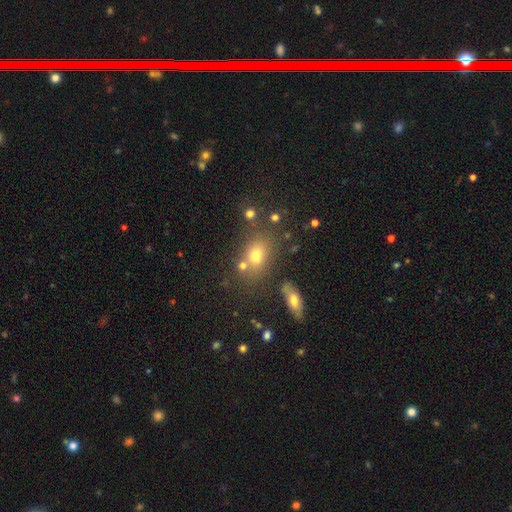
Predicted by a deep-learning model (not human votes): smooth-or-featured: smooth: 67% | star or artifact: 18% | featured or disk: 16%
  how-rounded: in between: 64% | round: 34% | cigar-shaped: 2%
  merging: none: 62% | merger: 19% | minor disturbance: 13% | major disturbance: 5%